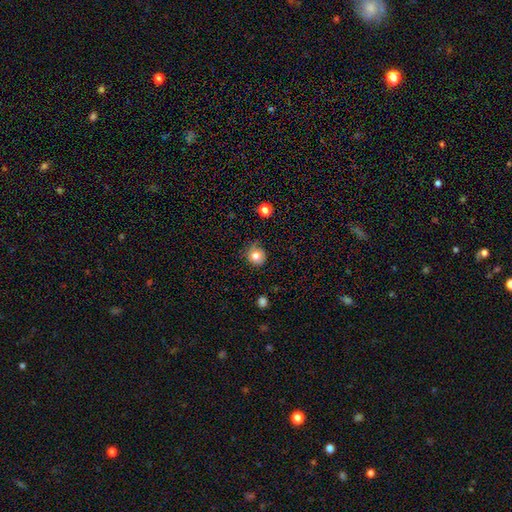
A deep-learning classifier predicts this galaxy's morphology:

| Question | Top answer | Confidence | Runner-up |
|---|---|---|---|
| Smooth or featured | smooth | 80% | star or artifact (11%) |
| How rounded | round | 87% | in between (12%) |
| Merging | none | 69% | minor disturbance (24%) |